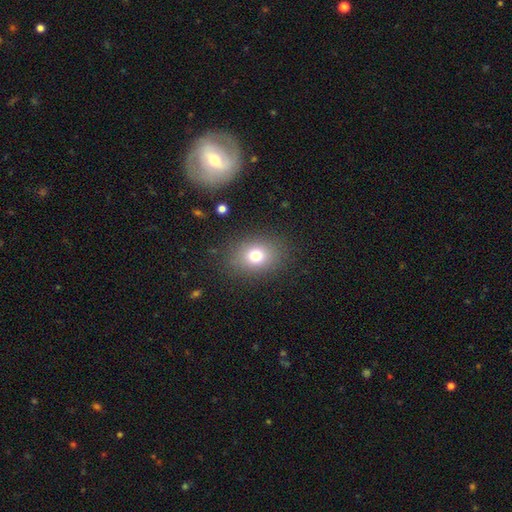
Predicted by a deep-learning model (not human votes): Smooth or featured? Predicted: smooth (p=0.75). How rounded? Predicted: in between (p=0.55). Merging? Predicted: none (p=0.85).